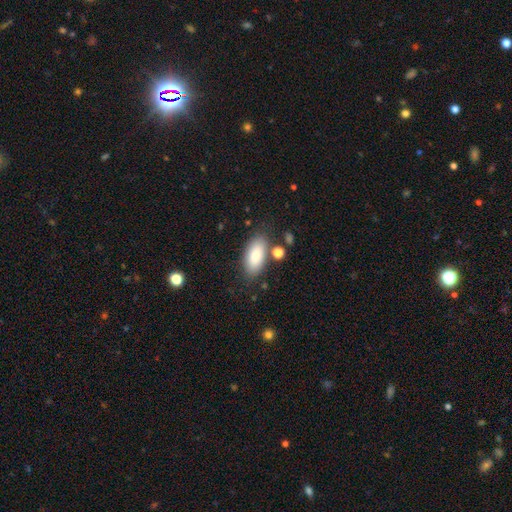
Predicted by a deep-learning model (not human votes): A smooth galaxy with no disk features (83%) that is in between round and cigar-shaped (90%). Merging: none (75%).